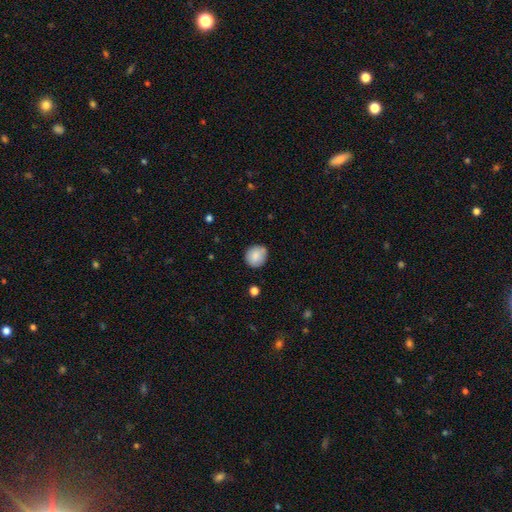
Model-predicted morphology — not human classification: smooth-or-featured: smooth: 85% | featured or disk: 8% | star or artifact: 8%
  how-rounded: round: 84% | in between: 15% | cigar-shaped: 1%
  merging: none: 77% | minor disturbance: 18% | major disturbance: 3% | merger: 2%